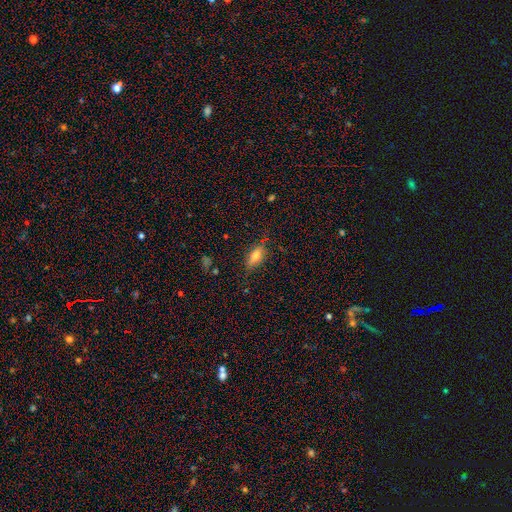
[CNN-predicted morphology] Smooth or featured?
  - smooth: 65% *
  - featured or disk: 25%
  - star or artifact: 10%
How rounded?
  - in between: 74% *
  - cigar-shaped: 21%
  - round: 4%
Merging?
  - none: 79% *
  - minor disturbance: 15%
  - major disturbance: 4%
  - merger: 2%